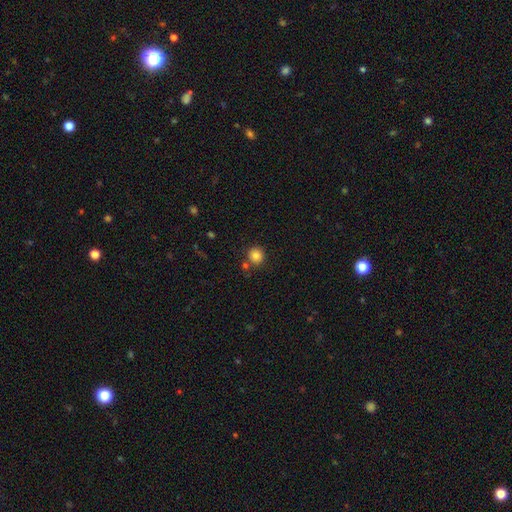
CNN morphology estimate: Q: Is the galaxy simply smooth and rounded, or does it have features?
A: smooth — 83%.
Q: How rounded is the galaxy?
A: round — 91%.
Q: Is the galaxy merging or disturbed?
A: none — 79%.